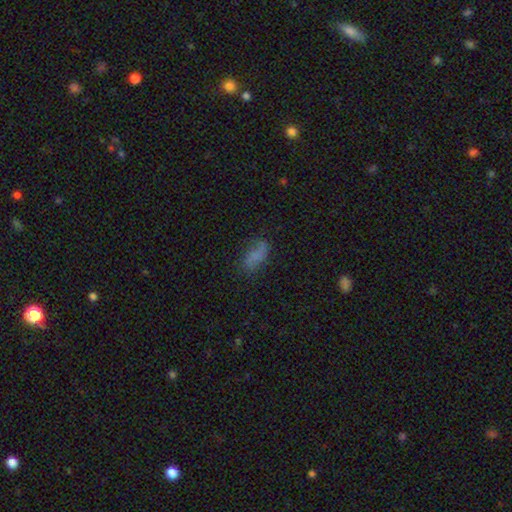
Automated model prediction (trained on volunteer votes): A smooth galaxy with no disk features (64%) that is in between round and cigar-shaped (84%). Merging: none (60%).